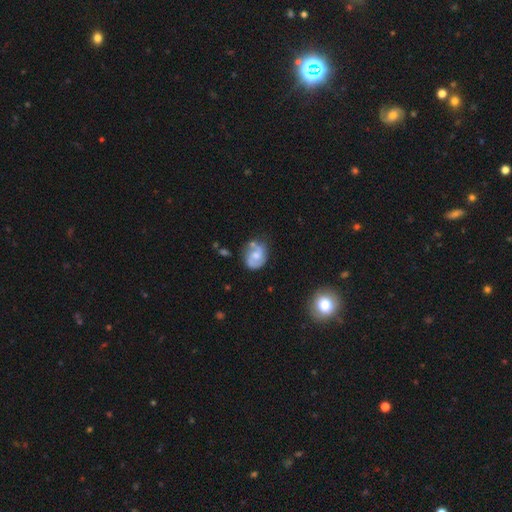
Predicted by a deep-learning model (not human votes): A featured or disk galaxy (69%) with no bar (59%), 2 (80%) medium (48%) spiral arms (89%) and a moderate central bulge (53%).

Vote fractions:
- Smooth or featured? featured or disk: 69% / smooth: 24% / star or artifact: 7%
- Edge-on disk? no: 97% / yes: 3%
- Bar? no: 59% / weak: 35% / strong: 6%
- Spiral arms? yes: 89% / no: 11%
- Spiral winding? medium: 48% / tight: 27% / loose: 25%
- Spiral arm count? 2: 80% / can't tell: 10% / 1: 6% / 3: 2% / 4: 1% / more than 4: 1%
- Bulge size? moderate: 53% / small: 32% / none: 8% / large: 5% / dominant: 1%
- Merging? none: 60% / minor disturbance: 23% / merger: 9% / major disturbance: 8%